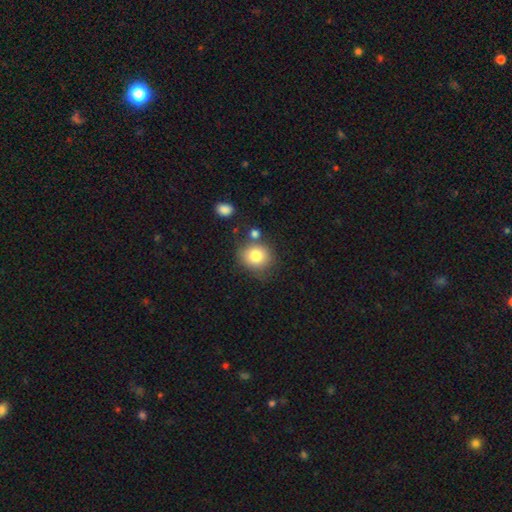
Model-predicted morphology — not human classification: smooth-or-featured: smooth: 81% | featured or disk: 10% | star or artifact: 9%
  how-rounded: round: 78% | in between: 21% | cigar-shaped: 1%
  merging: none: 67% | minor disturbance: 16% | merger: 12% | major disturbance: 5%